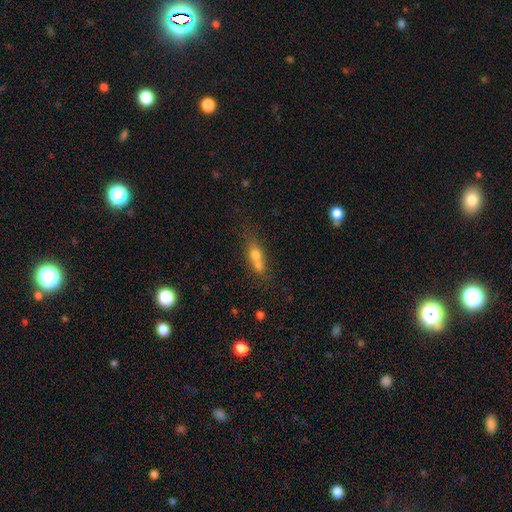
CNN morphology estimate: smooth-or-featured: smooth: 61% | featured or disk: 25% | star or artifact: 14%
  how-rounded: in between: 50% | cigar-shaped: 29% | round: 22%
  merging: merger: 44% | none: 36% | minor disturbance: 13% | major disturbance: 7%